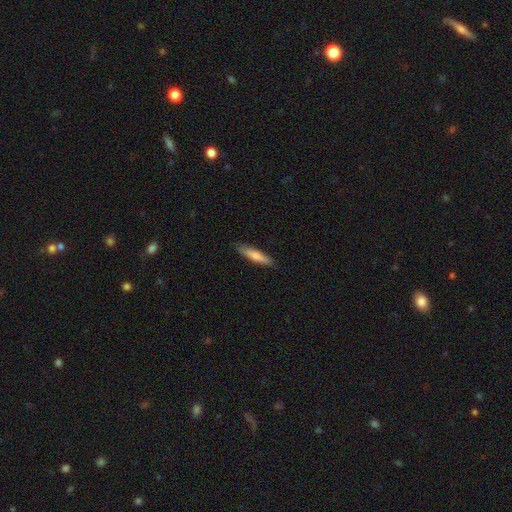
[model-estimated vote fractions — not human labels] A smooth galaxy with no disk features (70%) that is cigar-shaped (83%). Merging: none (88%).